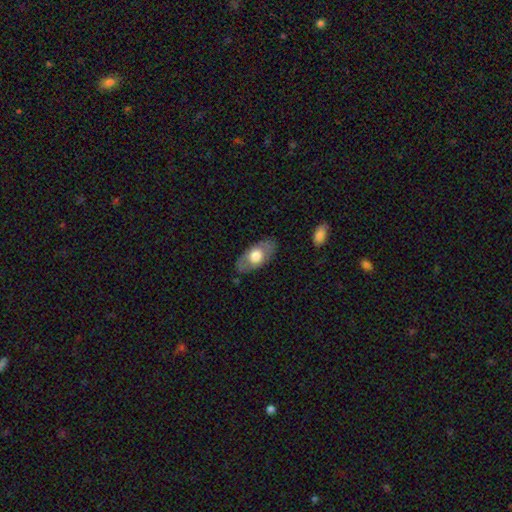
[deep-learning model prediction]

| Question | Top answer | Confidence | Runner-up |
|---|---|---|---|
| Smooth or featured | smooth | 57% | featured or disk (37%) |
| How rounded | in between | 90% | round (6%) |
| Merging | none | 80% | minor disturbance (14%) |